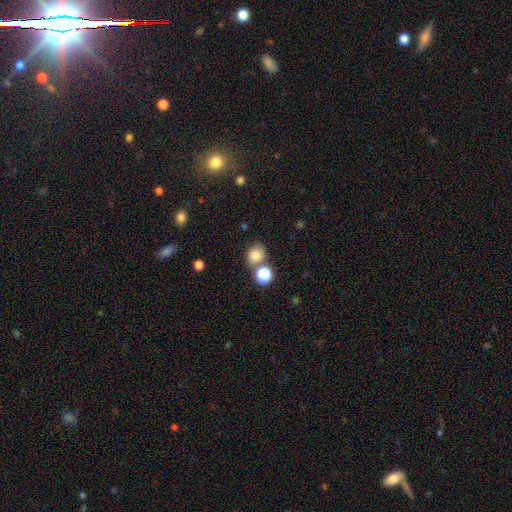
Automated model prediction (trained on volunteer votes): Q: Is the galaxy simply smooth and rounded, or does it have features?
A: smooth — 80%.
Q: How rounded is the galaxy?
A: round — 73%.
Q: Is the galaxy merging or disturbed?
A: none — 63%.